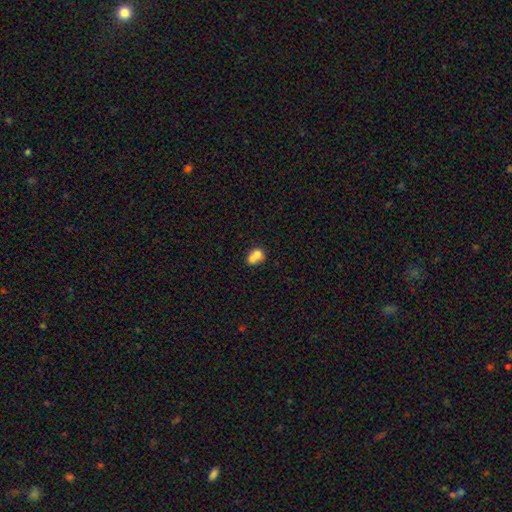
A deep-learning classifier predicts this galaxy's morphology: smooth_or_featured: smooth (p=0.68) [alt: featured or disk p=0.22]
how_rounded: round (p=0.56) [alt: in between p=0.42]
merging: merger (p=0.68) [alt: none p=0.22]